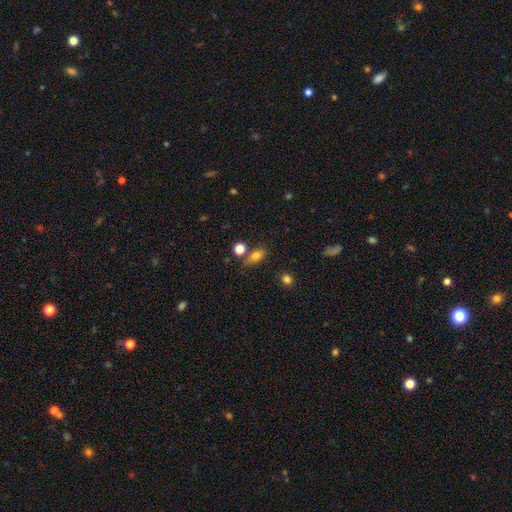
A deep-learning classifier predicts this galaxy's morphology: Smooth or featured: smooth — 80% (star or artifact — 12%)
How rounded: in between — 79% (round — 16%)
Merging: none — 66% (minor disturbance — 15%)